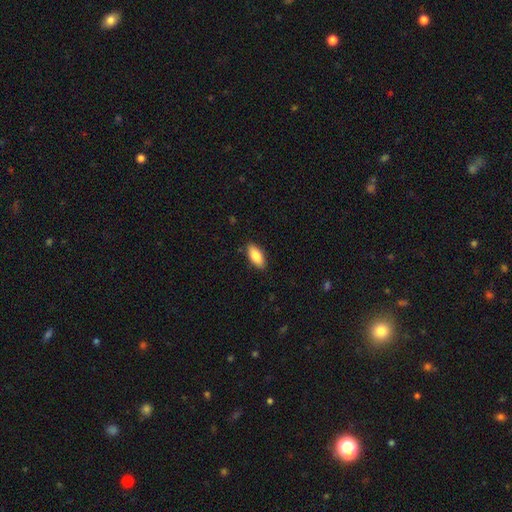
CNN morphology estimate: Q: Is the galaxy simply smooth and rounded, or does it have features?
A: smooth — 83%.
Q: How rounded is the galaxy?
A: in between — 85%.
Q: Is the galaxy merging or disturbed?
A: none — 87%.